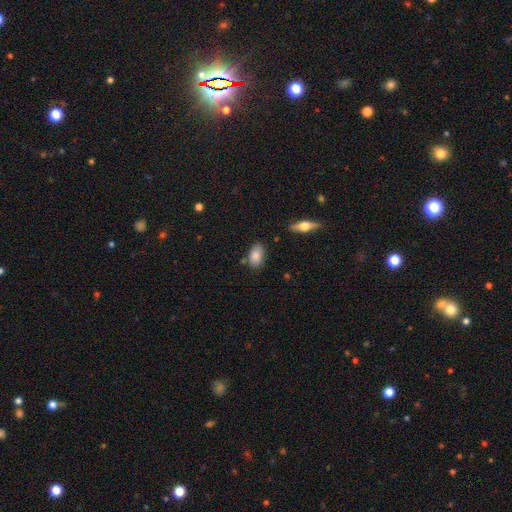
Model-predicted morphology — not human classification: Smooth or featured? smooth (82%)
How rounded? in between (91%)
Merging? none (76%)